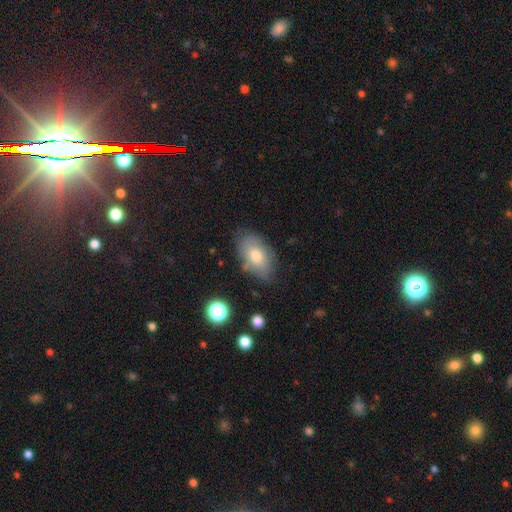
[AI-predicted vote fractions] Smooth or featured? smooth (69%)
How rounded? in between (91%)
Merging? none (74%)